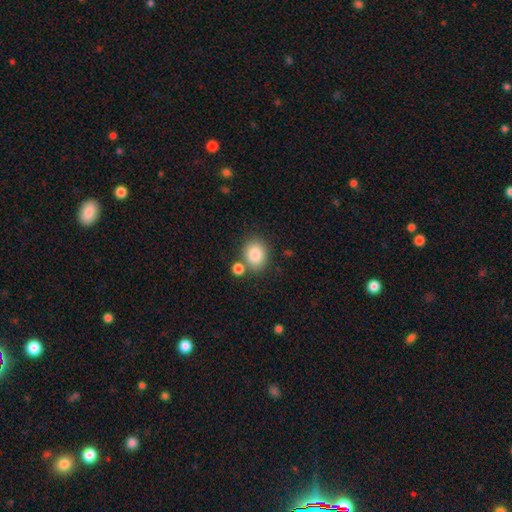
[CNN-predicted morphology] Smooth or featured: smooth — 85% (star or artifact — 9%)
How rounded: round — 50% (in between — 49%)
Merging: none — 72% (merger — 14%)